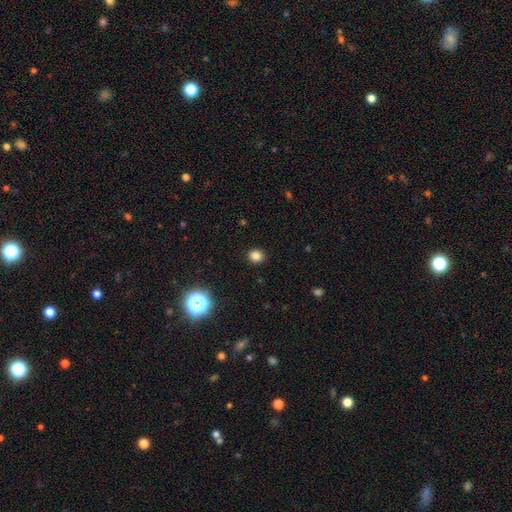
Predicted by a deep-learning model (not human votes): Smooth or featured? Predicted: smooth (p=0.82). How rounded? Predicted: round (p=0.77). Merging? Predicted: none (p=0.91).